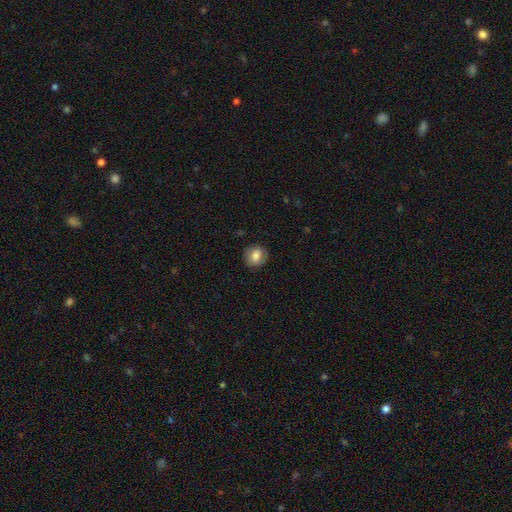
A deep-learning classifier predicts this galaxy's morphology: smooth-or-featured: smooth: 78% | featured or disk: 14% | star or artifact: 8%
  how-rounded: round: 69% | in between: 29% | cigar-shaped: 1%
  merging: none: 85% | minor disturbance: 11% | major disturbance: 3% | merger: 1%